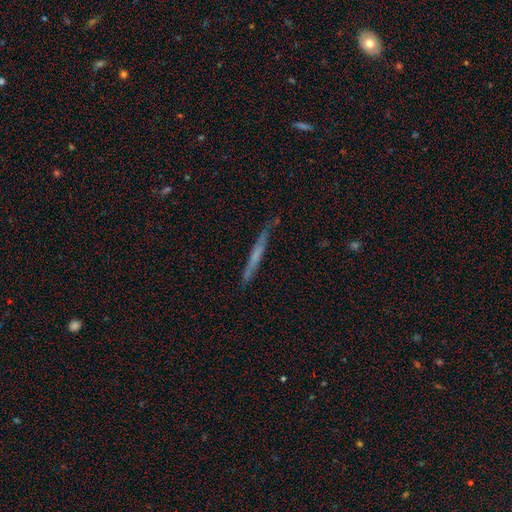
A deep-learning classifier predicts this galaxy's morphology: Smooth or featured? featured or disk (49%)
Merging? none (78%)